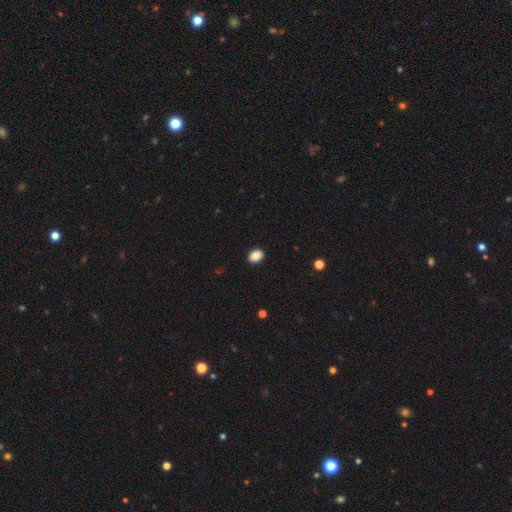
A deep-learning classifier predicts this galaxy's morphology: smooth_or_featured: smooth (p=0.87) [alt: star or artifact p=0.09]
how_rounded: in between (p=0.73) [alt: round p=0.26]
merging: none (p=0.91) [alt: minor disturbance p=0.07]